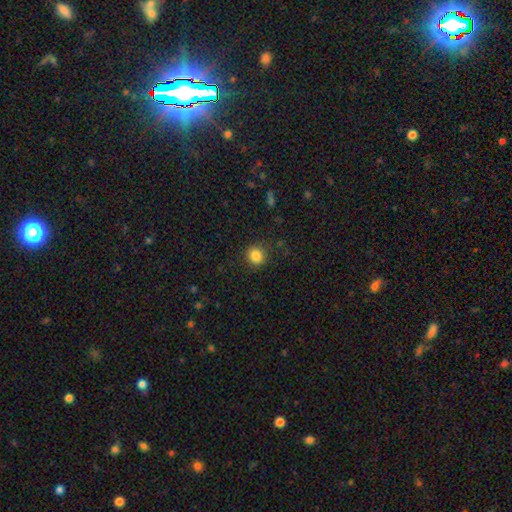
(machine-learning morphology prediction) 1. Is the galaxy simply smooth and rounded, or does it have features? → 85% smooth, 11% star or artifact, 4% featured or disk.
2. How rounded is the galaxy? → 90% round, 9% in between, 1% cigar-shaped.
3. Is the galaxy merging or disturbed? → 89% none, 8% minor disturbance, 3% major disturbance, 1% merger.